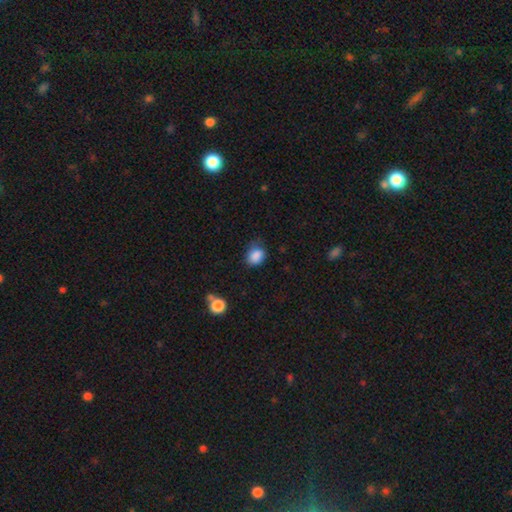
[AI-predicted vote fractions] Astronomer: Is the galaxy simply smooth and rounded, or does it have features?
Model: smooth — 86%.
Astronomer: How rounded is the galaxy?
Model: in between — 50% (runner-up: round, 49%).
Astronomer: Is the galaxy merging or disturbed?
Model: none — 58%.